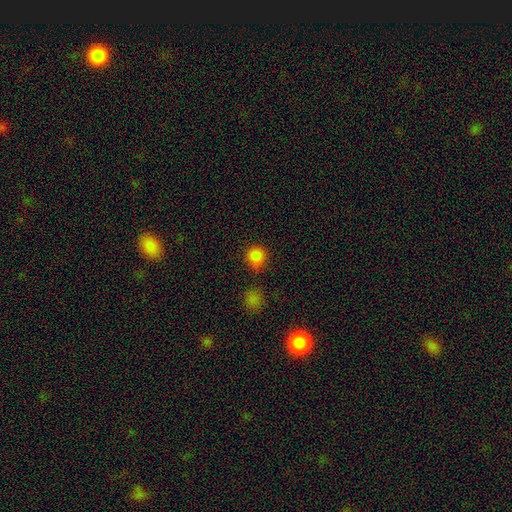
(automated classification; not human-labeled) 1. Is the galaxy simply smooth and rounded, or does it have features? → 82% smooth, 14% star or artifact, 4% featured or disk.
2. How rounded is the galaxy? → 91% round, 8% in between, 1% cigar-shaped.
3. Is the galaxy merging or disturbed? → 77% none, 12% minor disturbance, 7% merger, 4% major disturbance.